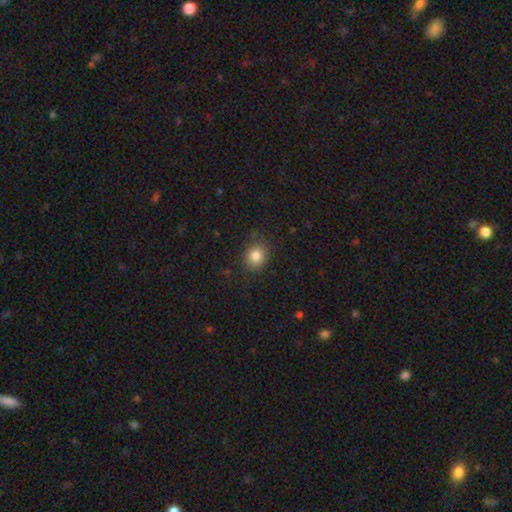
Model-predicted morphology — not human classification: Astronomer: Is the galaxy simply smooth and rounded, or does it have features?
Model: smooth — 83%.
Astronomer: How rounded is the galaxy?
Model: round — 76%.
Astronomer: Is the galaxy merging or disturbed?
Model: none — 85%.